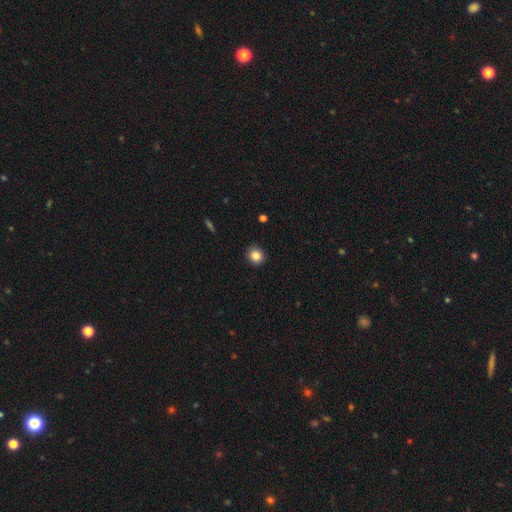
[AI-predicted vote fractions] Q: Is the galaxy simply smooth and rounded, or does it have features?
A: smooth — 85%.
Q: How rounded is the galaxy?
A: round — 83%.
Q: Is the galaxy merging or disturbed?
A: none — 90%.